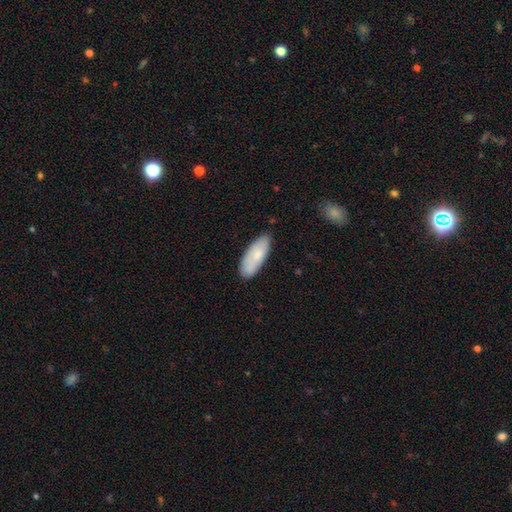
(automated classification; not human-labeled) The model was most divided on "how rounded": in between: 75%, cigar-shaped: 23%, round: 2%. More confident: smooth or featured — smooth (75%); merging — none (75%).